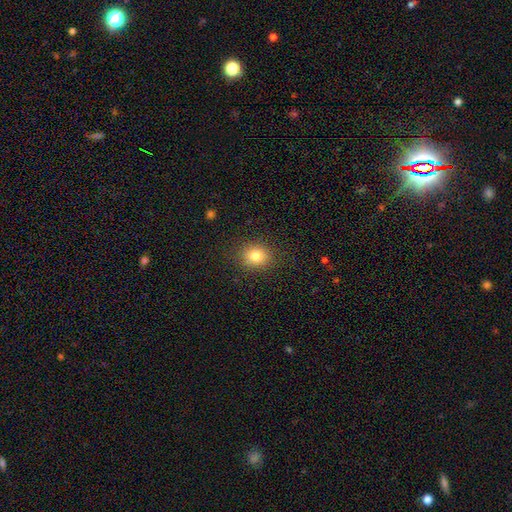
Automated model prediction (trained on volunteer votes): A smooth galaxy with no disk features (81%) that is round (69%). Merging: none (88%).